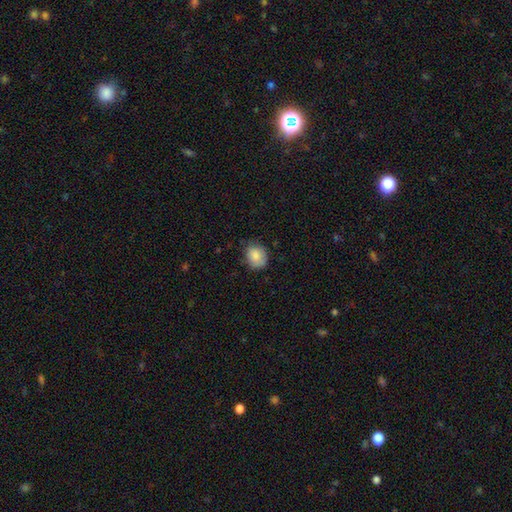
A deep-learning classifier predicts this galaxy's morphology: Smooth or featured? smooth (84%)
How rounded? round (65%)
Merging? none (70%)